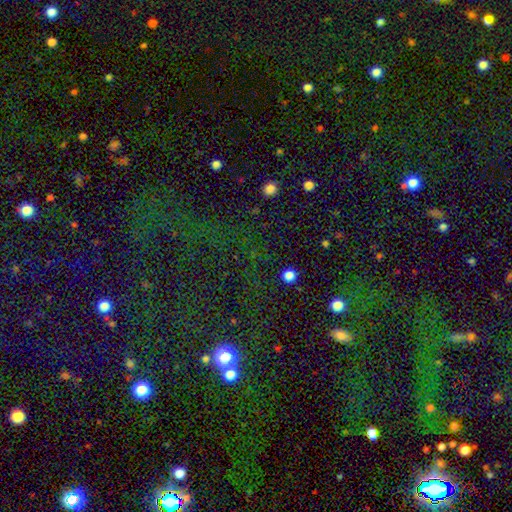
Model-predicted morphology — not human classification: Smooth or featured: star or artifact — 73% (smooth — 17%)